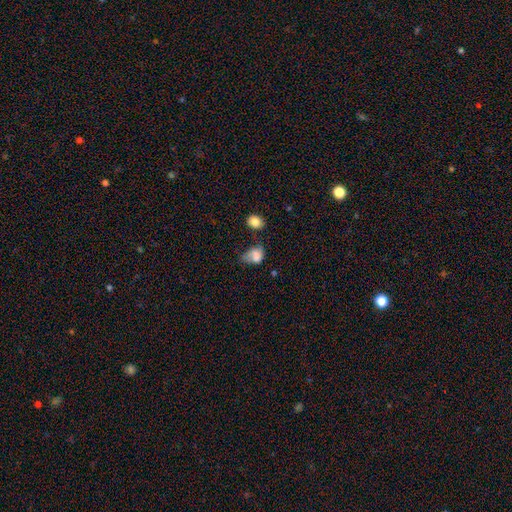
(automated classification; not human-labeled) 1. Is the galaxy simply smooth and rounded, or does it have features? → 73% smooth, 15% featured or disk, 11% star or artifact.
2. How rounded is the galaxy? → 73% in between, 26% round, 1% cigar-shaped.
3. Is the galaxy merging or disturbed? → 31% minor disturbance (tied), 31% major disturbance (tied), 24% none, 14% merger.